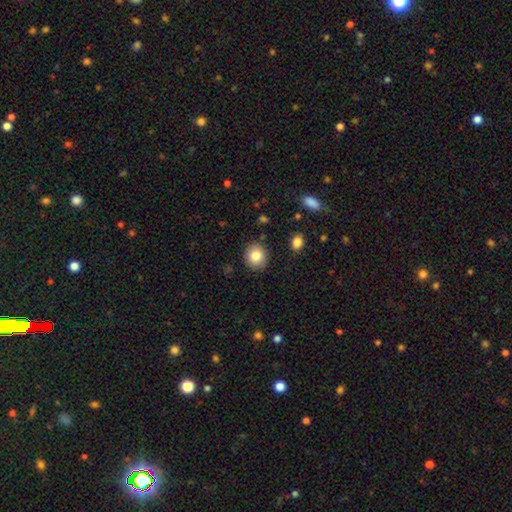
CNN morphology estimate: The model was most divided on "how rounded": round: 79%, in between: 20%, cigar-shaped: 1%. More confident: merging — none (88%); smooth or featured — smooth (82%).